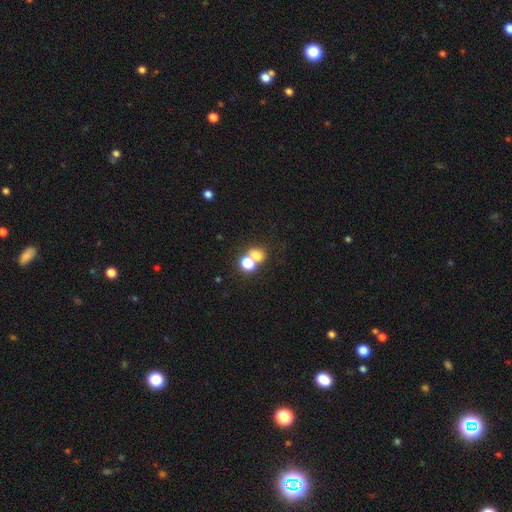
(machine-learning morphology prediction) smooth_or_featured: smooth (p=0.69) [alt: star or artifact p=0.18]
how_rounded: round (p=0.58) [alt: in between p=0.41]
merging: merger (p=0.50) [alt: none p=0.38]